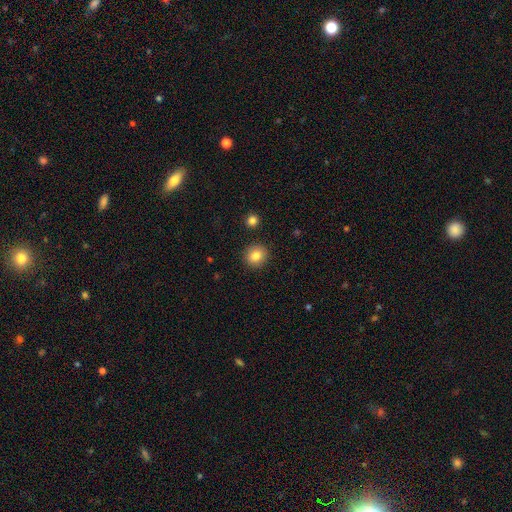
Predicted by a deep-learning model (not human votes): Overall: smooth (84%). How rounded: round (86%). Merging: none (90%).